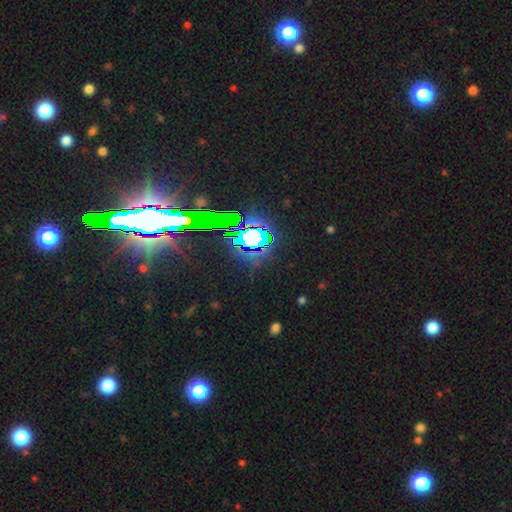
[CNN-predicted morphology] Smooth or featured: star or artifact — 84% (featured or disk — 9%)